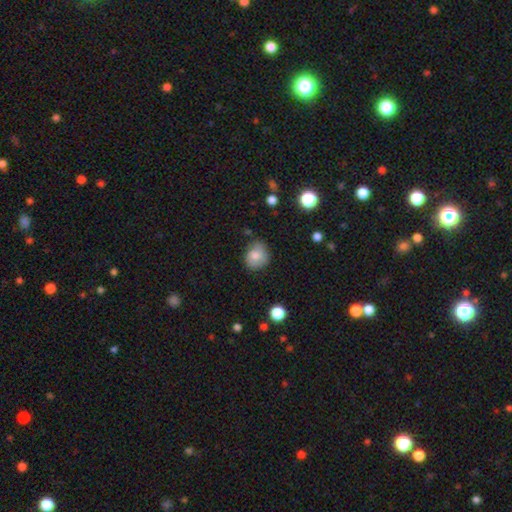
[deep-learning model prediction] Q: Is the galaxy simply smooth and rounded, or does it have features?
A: smooth — 76%.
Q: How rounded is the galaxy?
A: round — 67%.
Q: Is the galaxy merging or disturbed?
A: none — 66%.